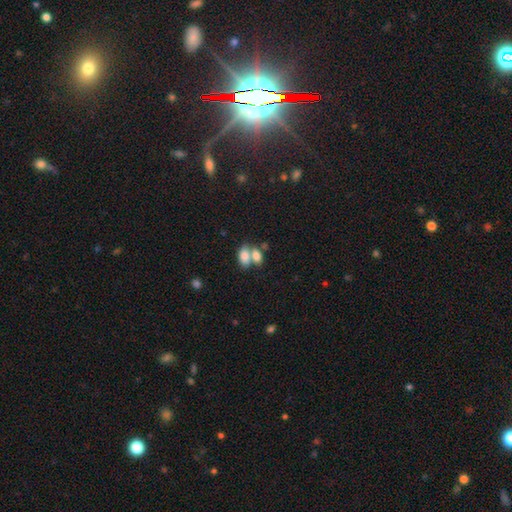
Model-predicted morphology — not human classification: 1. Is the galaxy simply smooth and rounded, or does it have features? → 80% smooth, 12% featured or disk, 8% star or artifact.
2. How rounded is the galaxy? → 88% in between, 9% round, 3% cigar-shaped.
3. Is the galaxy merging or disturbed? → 62% merger, 26% none, 7% minor disturbance, 4% major disturbance.